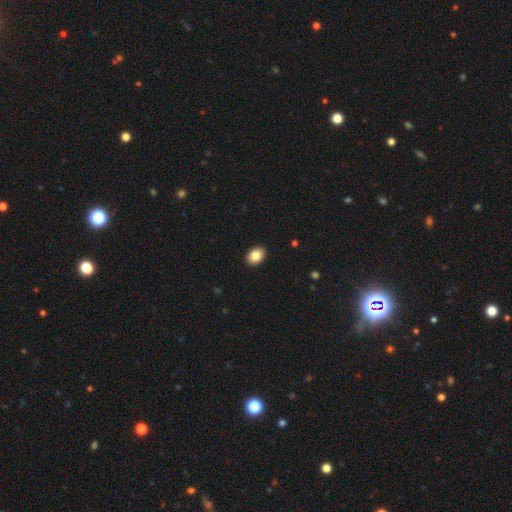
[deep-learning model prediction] Smooth or featured? smooth (85%)
How rounded? in between (74%)
Merging? none (91%)